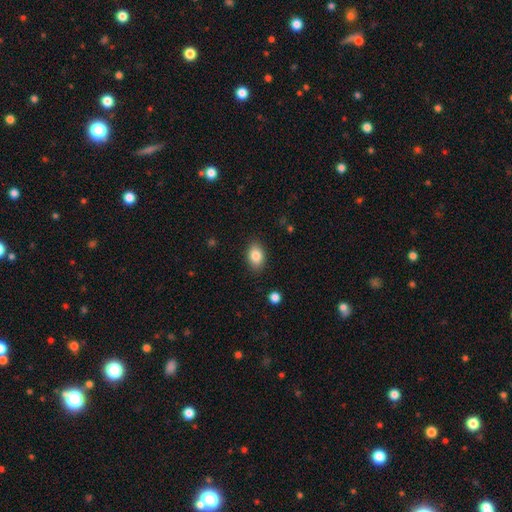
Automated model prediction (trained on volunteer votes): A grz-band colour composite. It shows a smooth galaxy with no disk features (84%) that is in between round and cigar-shaped (85%). Merging: none (86%).